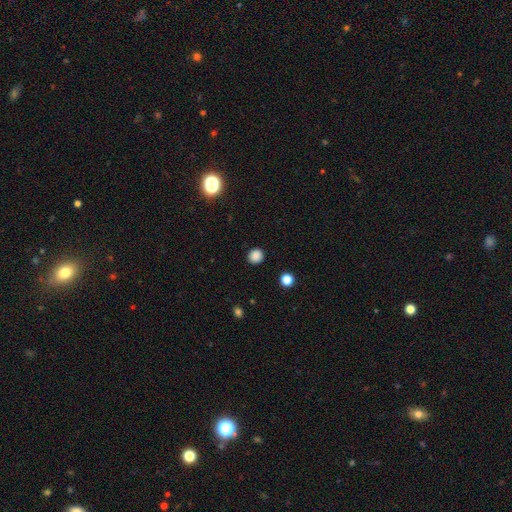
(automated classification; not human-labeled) Smooth or featured? Predicted: smooth (p=0.85). How rounded? Predicted: round (p=0.88). Merging? Predicted: none (p=0.91).